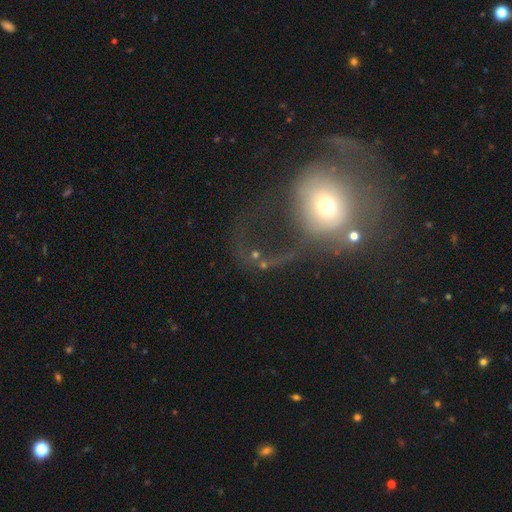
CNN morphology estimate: smooth-or-featured: smooth: 46% | featured or disk: 35% | star or artifact: 19%
  merging: major disturbance: 52% | none: 23% | merger: 15% | minor disturbance: 10%